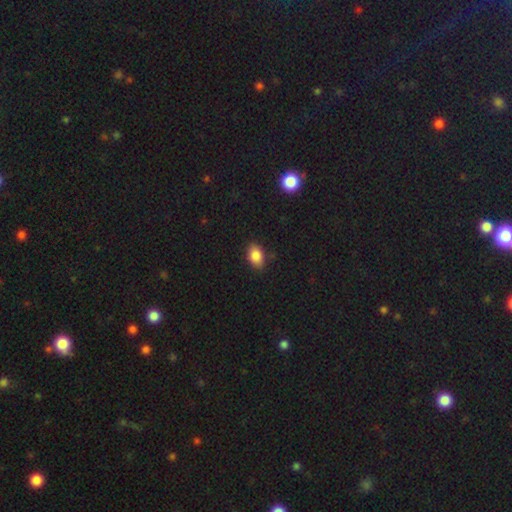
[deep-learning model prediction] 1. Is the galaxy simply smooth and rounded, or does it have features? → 86% smooth, 9% star or artifact, 5% featured or disk.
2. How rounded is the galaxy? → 82% in between, 17% round, 2% cigar-shaped.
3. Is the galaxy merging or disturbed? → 84% none, 13% minor disturbance, 2% major disturbance, 1% merger.